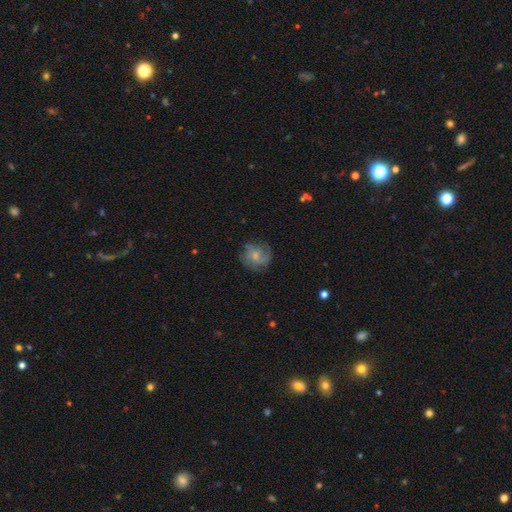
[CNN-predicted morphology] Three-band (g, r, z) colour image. It shows a smooth galaxy with no disk features (47%). Merging: none (71%).